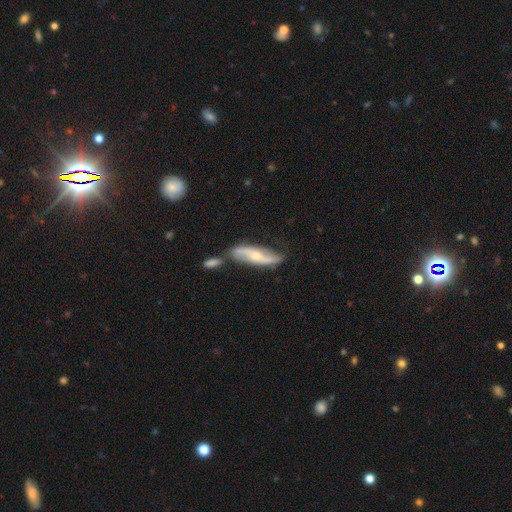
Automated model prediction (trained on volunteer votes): The model was most divided on "bulge size": moderate: 49%, small: 45%, large: 3%, none: 2%, dominant: 1%. More confident: spiral arms — yes (86%); edge-on disk — no (75%); smooth or featured — featured or disk (70%); bar — no (52%); merging — none (51%).